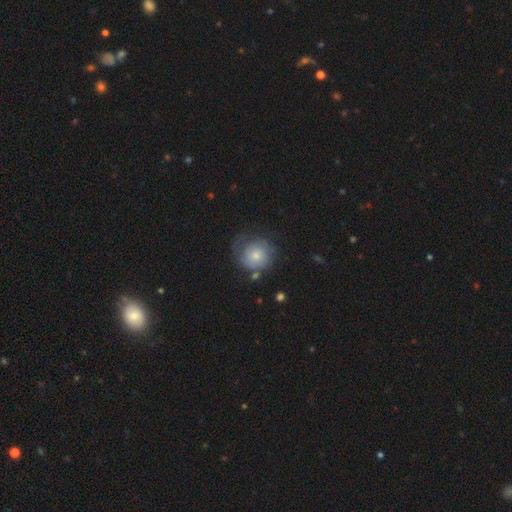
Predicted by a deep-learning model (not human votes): A smooth galaxy with no disk features (66%) that is round (86%). Merging: none (49%).